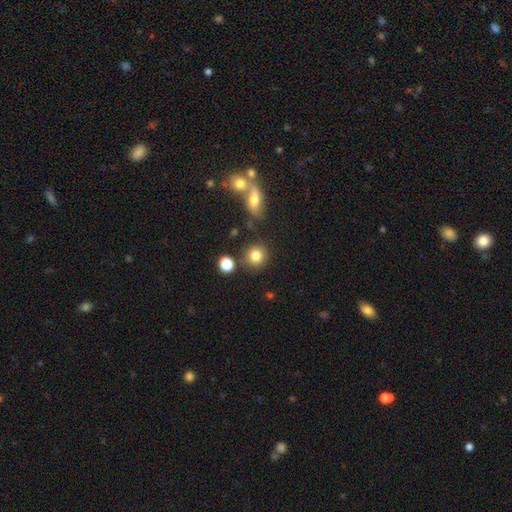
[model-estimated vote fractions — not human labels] Q: Smooth or featured?
A: smooth (82%); runner-up: star or artifact (11%)
Q: How rounded?
A: round (87%); runner-up: in between (12%)
Q: Merging?
A: none (79%); runner-up: minor disturbance (9%)